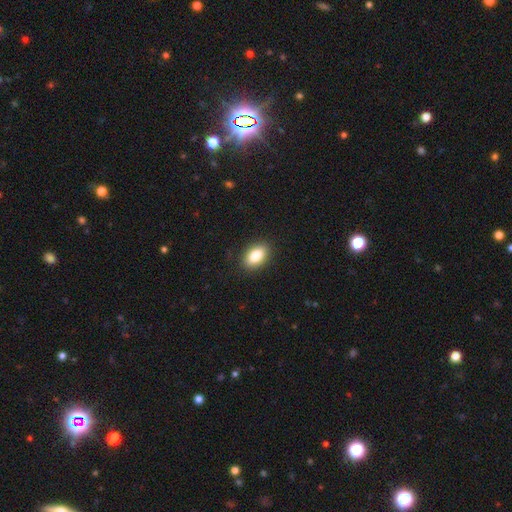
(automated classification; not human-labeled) A smooth galaxy with no disk features (85%) that is in between round and cigar-shaped (90%).

Vote fractions:
- Smooth or featured? smooth: 85% / featured or disk: 8% / star or artifact: 8%
- How rounded? in between: 90% / round: 8% / cigar-shaped: 2%
- Merging? none: 89% / minor disturbance: 8% / major disturbance: 2% / merger: 1%